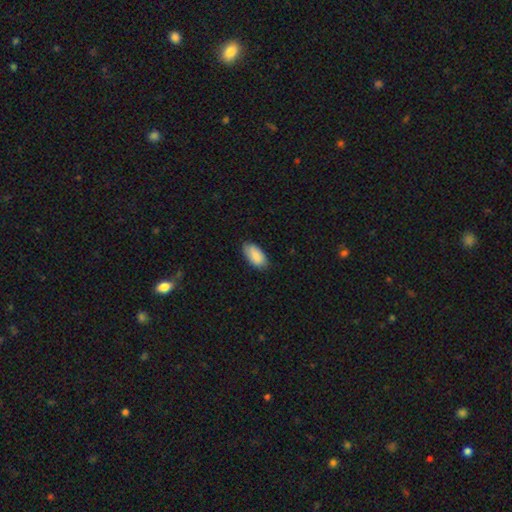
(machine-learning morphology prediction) smooth 87%, featured or disk 7%, star or artifact 6%. Down the decision tree: how rounded — in between (94%); merging — none (79%).